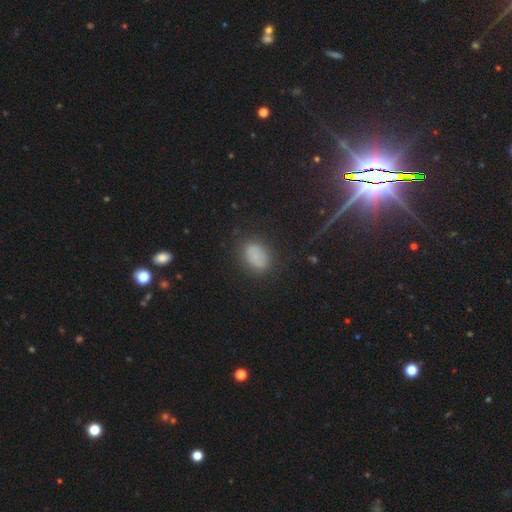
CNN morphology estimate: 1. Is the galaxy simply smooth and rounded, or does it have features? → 75% smooth, 15% star or artifact, 10% featured or disk.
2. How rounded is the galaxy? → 85% in between, 13% round, 2% cigar-shaped.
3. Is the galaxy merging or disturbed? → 75% none, 17% minor disturbance, 6% major disturbance, 2% merger.